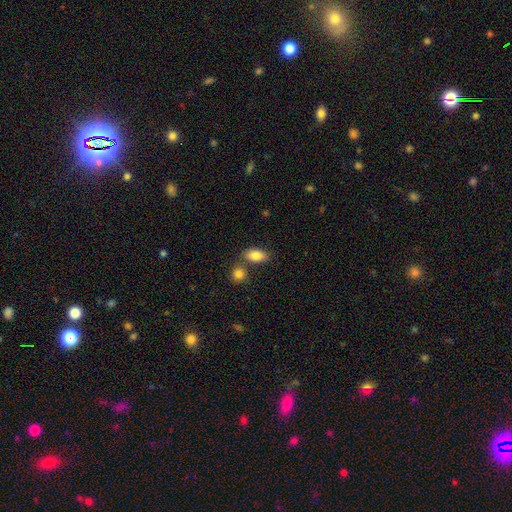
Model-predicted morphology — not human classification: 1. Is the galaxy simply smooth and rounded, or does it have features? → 85% smooth, 7% featured or disk, 7% star or artifact.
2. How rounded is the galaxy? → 90% in between, 7% round, 3% cigar-shaped.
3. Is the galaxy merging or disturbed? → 67% none, 18% merger, 12% minor disturbance, 3% major disturbance.